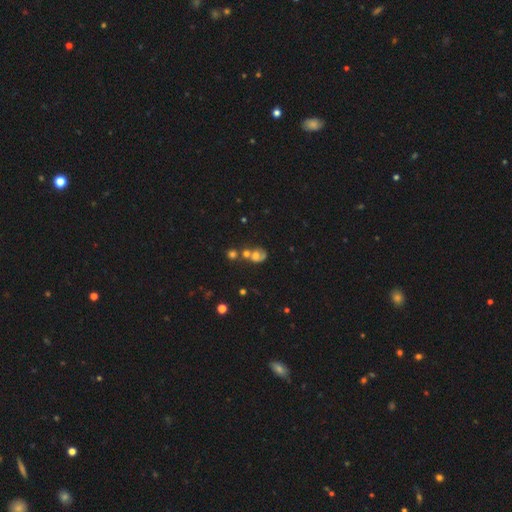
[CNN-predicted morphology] This appears to be a smooth galaxy with no disk features (46%). Merging: merger (44%).